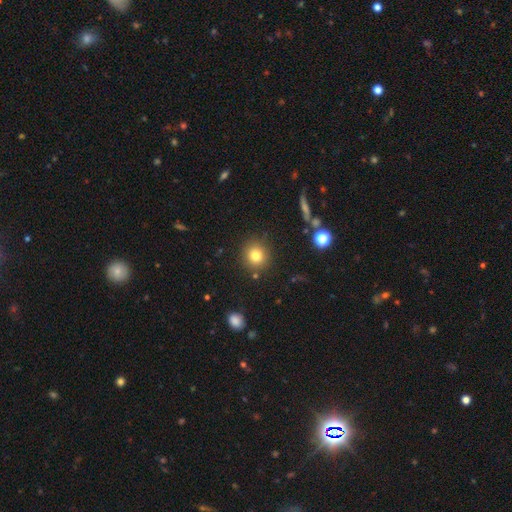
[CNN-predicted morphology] Overall: smooth (79%). How rounded: round (91%). Merging: none (88%).